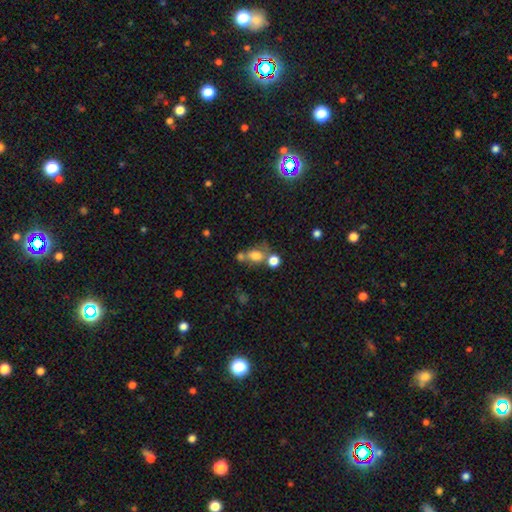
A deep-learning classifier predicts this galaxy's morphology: smooth-or-featured: smooth: 72% | star or artifact: 14% | featured or disk: 14%
  how-rounded: in between: 54% | round: 44% | cigar-shaped: 2%
  merging: none: 38% (tied) | merger: 38% (tied) | minor disturbance: 14% | major disturbance: 11%